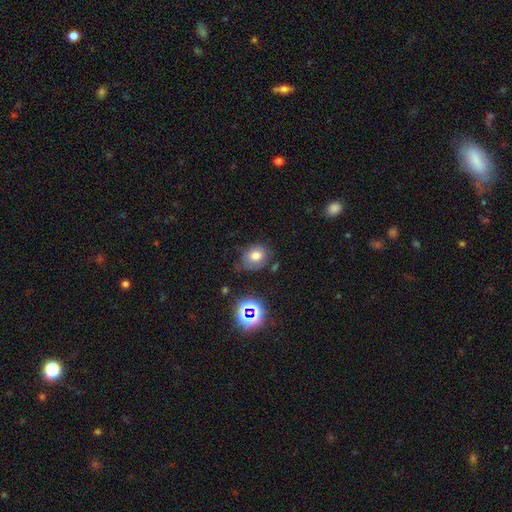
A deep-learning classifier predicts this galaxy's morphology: A smooth galaxy with no disk features (69%) that is in between round and cigar-shaped (51%).

Vote fractions:
- Smooth or featured? smooth: 69% / star or artifact: 17% / featured or disk: 14%
- How rounded? in between: 51% / round: 48% / cigar-shaped: 1%
- Merging? none: 66% / minor disturbance: 23% / major disturbance: 7% / merger: 4%